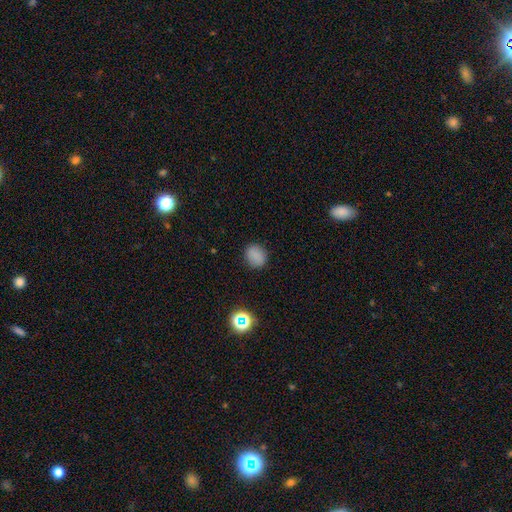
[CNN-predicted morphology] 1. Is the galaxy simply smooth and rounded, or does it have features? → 82% smooth, 14% star or artifact, 5% featured or disk.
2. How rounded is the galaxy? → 65% round, 34% in between, 1% cigar-shaped.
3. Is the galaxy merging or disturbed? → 86% none, 10% minor disturbance, 3% major disturbance, 1% merger.